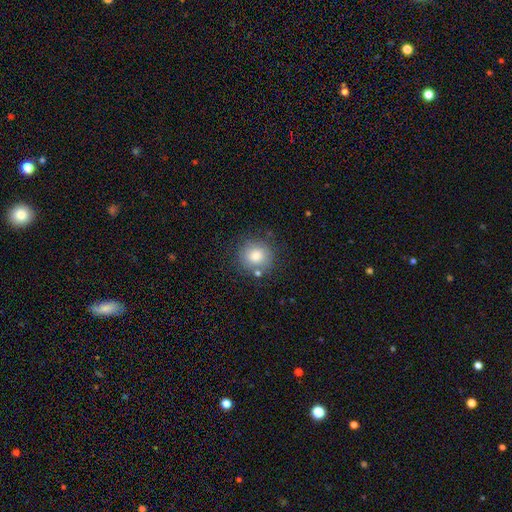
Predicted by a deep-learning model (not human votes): The model was most divided on "smooth or featured": smooth: 77%, star or artifact: 12%, featured or disk: 11%. More confident: how rounded — round (89%); merging — none (81%).